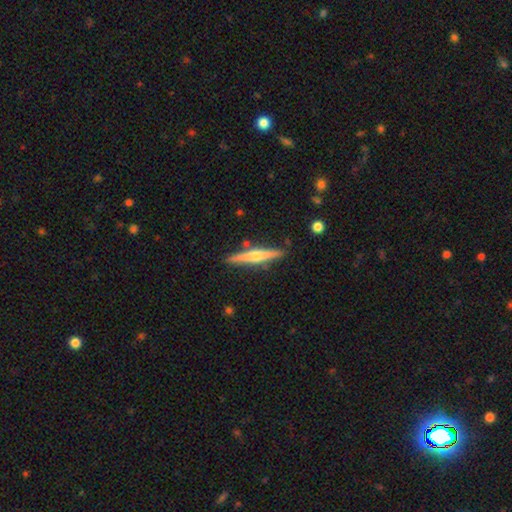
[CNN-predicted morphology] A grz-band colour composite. It shows a featured or disk galaxy (61%) viewed edge-on (97%) with a rounded central bulge (82%). Merging: none (88%).